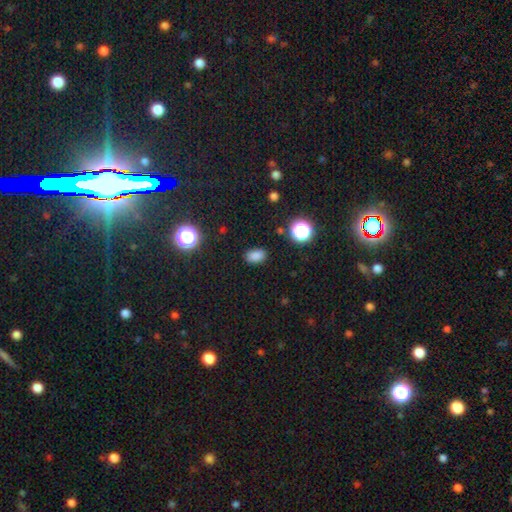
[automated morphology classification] smooth_or_featured: smooth (p=0.81) [alt: star or artifact p=0.15]
how_rounded: in between (p=0.83) [alt: round p=0.16]
merging: none (p=0.86) [alt: minor disturbance p=0.10]